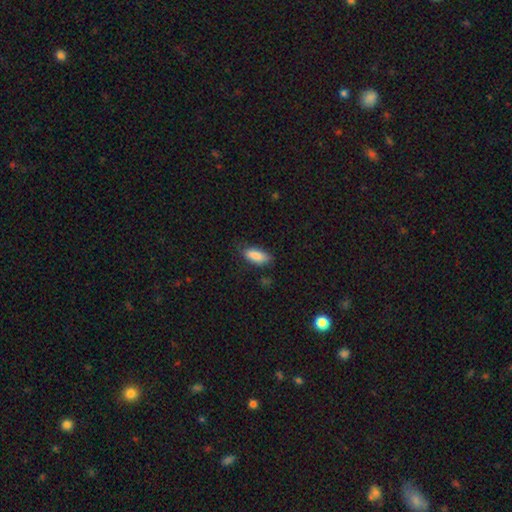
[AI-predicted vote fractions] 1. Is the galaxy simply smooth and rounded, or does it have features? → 87% smooth, 7% star or artifact, 6% featured or disk.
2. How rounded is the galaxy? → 82% in between, 16% cigar-shaped, 2% round.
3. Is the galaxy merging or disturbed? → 71% none, 22% minor disturbance, 5% major disturbance, 2% merger.